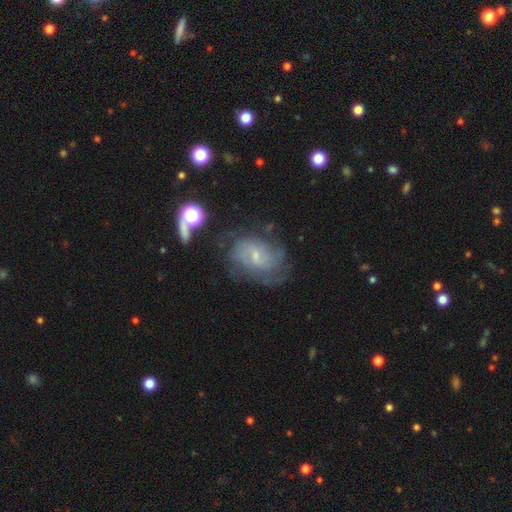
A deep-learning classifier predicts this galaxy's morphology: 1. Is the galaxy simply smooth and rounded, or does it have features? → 73% featured or disk, 17% smooth, 10% star or artifact.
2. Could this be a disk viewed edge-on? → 97% no, 3% yes.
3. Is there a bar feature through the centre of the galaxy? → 49% no, 43% weak, 8% strong.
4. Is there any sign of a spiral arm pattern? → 88% yes, 12% no.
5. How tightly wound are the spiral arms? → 47% tight, 38% medium, 15% loose.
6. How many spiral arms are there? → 45% can't tell, 25% 2, 14% 3, 7% 4, 5% 1, 4% more than 4.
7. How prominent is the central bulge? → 70% small, 22% moderate, 6% none, 1% large, 1% dominant.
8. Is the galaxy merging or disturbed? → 61% none, 21% minor disturbance, 14% major disturbance, 3% merger.